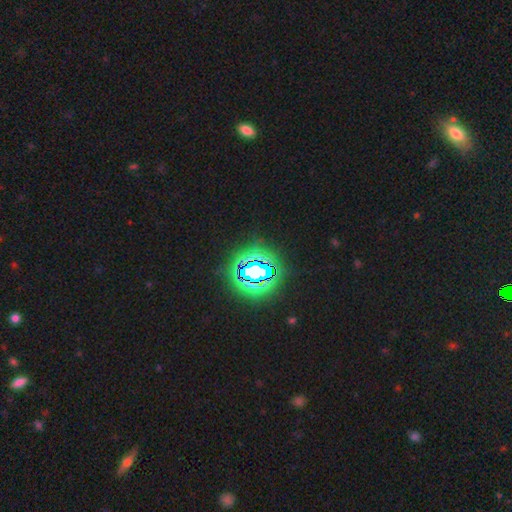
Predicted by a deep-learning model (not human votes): Q: Smooth or featured?
A: star or artifact (82%); runner-up: smooth (13%)